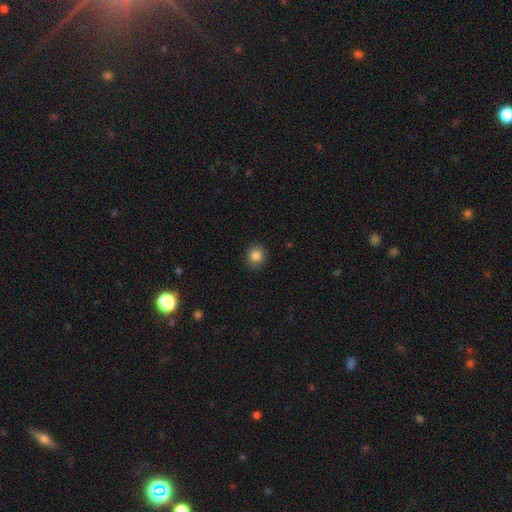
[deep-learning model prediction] Smooth or featured: smooth — 85% (star or artifact — 10%)
How rounded: round — 83% (in between — 16%)
Merging: none — 88% (minor disturbance — 9%)